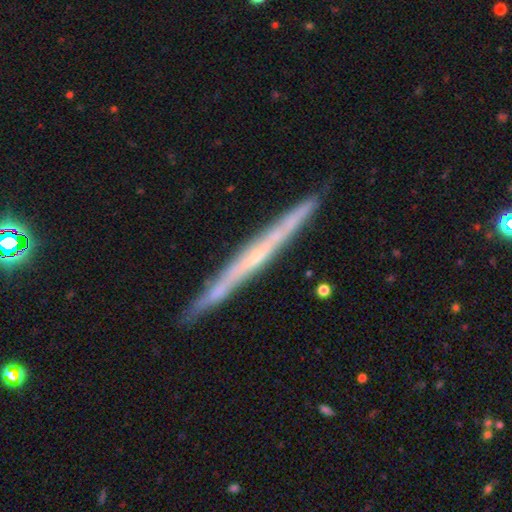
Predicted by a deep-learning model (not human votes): Q: Smooth or featured?
A: featured or disk (73%); runner-up: smooth (20%)
Q: Edge-on disk?
A: yes (96%); runner-up: no (4%)
Q: Edge-on bulge?
A: none (67%); runner-up: rounded (29%)
Q: Merging?
A: none (89%); runner-up: minor disturbance (9%)